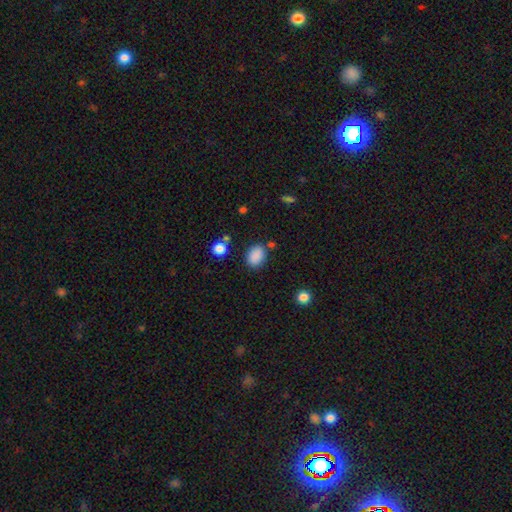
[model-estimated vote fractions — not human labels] Smooth or featured: smooth — 87% (star or artifact — 9%)
How rounded: in between — 73% (round — 25%)
Merging: none — 78% (minor disturbance — 13%)